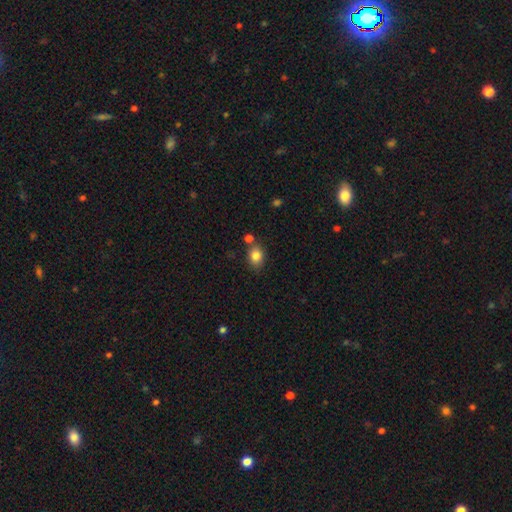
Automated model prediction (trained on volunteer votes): A smooth galaxy with no disk features (83%) that is in between round and cigar-shaped (57%).

Vote fractions:
- Smooth or featured? smooth: 83% / star or artifact: 10% / featured or disk: 7%
- How rounded? in between: 57% / round: 42% / cigar-shaped: 1%
- Merging? none: 72% / minor disturbance: 13% / merger: 12% / major disturbance: 3%